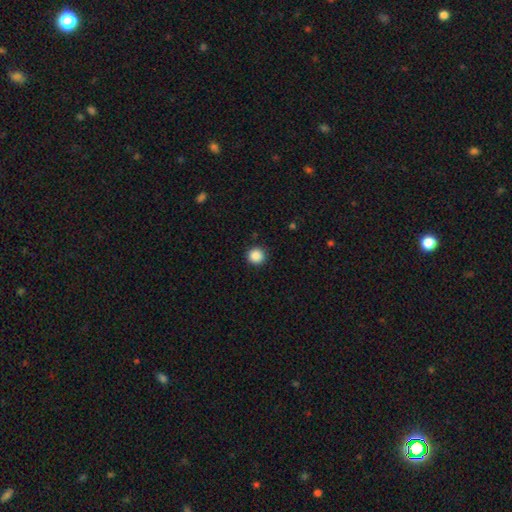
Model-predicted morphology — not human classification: smooth 87%, star or artifact 10%, featured or disk 3%. Down the decision tree: how rounded — round (95%); merging — none (91%).